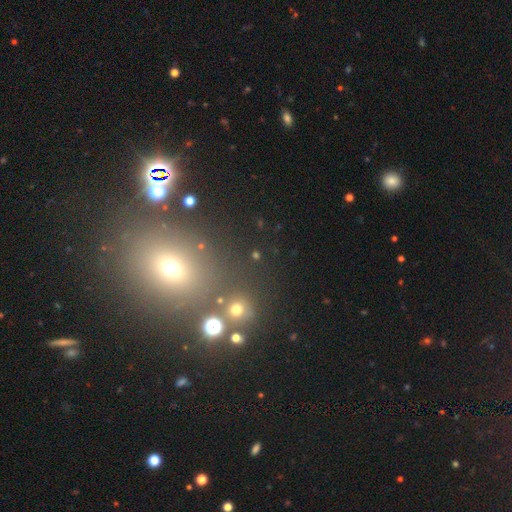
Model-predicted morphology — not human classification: A smooth galaxy with no disk features (45%).

Vote fractions:
- Smooth or featured? smooth: 45% / star or artifact: 44% / featured or disk: 11%
- Merging? none: 80% / minor disturbance: 8% / merger: 7% / major disturbance: 5%